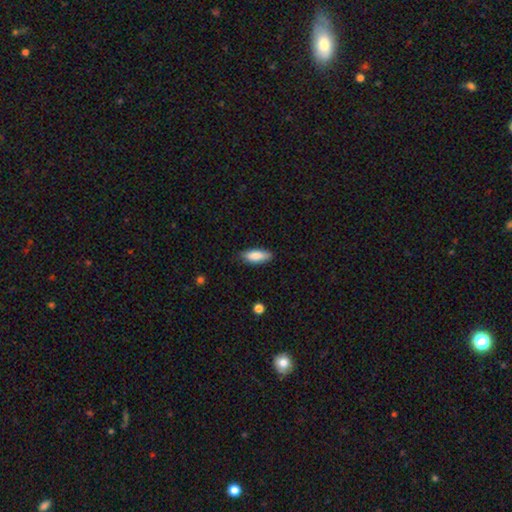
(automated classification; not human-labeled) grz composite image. It shows a smooth galaxy with no disk features (84%) that is in between round and cigar-shaped (68%). Merging: none (82%).